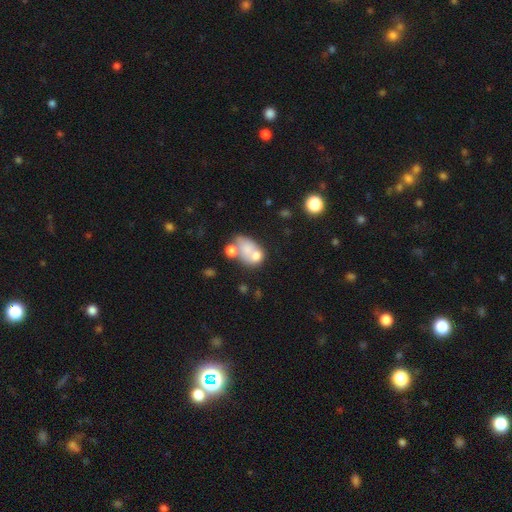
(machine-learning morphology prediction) smooth 60%, featured or disk 28%, star or artifact 12%. Down the decision tree: how rounded — in between (73%); merging — merger (47%).